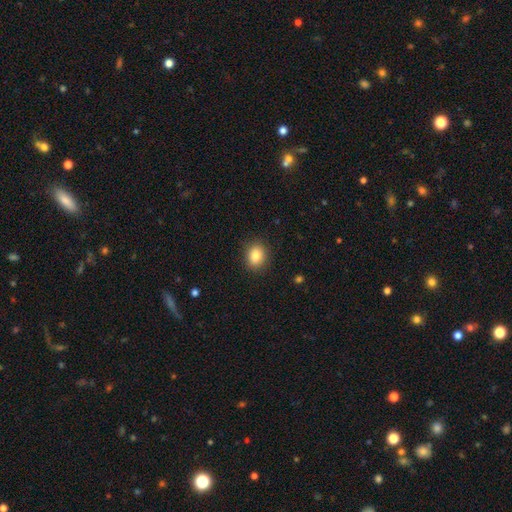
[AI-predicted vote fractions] This is clearly a smooth galaxy (85%). How rounded: possibly round (54%). Merging: clearly none (88%).